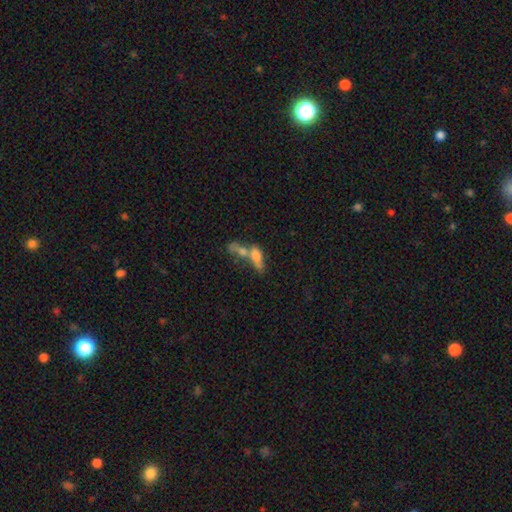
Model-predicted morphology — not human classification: Overall: smooth (56%; featured or disk 32%). How rounded: in between (61%; cigar-shaped 30%). Merging: merger (67%).